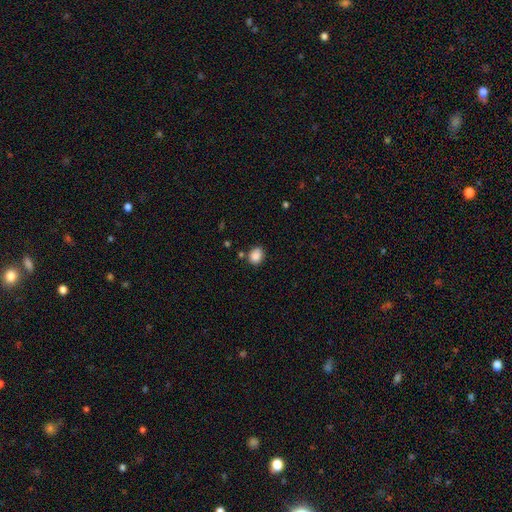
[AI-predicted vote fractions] Smooth or featured? smooth (87%)
How rounded? in between (51%)
Merging? none (78%)